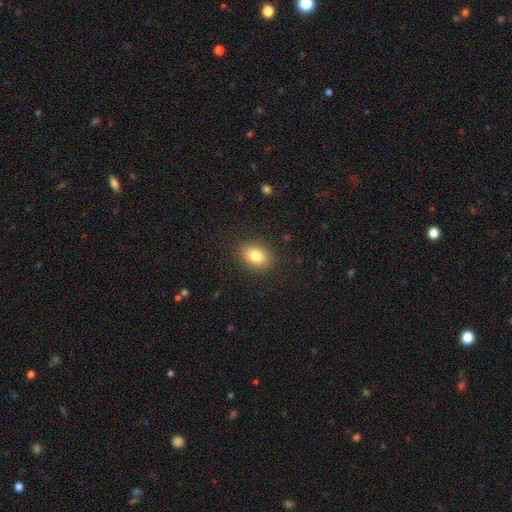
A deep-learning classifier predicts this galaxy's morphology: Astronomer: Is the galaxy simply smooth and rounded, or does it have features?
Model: smooth — 83%.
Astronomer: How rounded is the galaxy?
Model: in between — 70%.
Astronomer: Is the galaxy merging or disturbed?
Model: none — 87%.